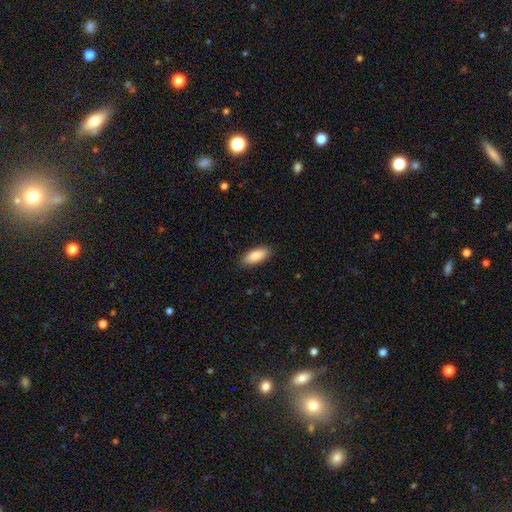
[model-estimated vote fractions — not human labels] A smooth galaxy with no disk features (86%) that is in between round and cigar-shaped (81%).

Vote fractions:
- Smooth or featured? smooth: 86% / featured or disk: 8% / star or artifact: 6%
- How rounded? in between: 81% / cigar-shaped: 17% / round: 2%
- Merging? none: 88% / minor disturbance: 9% / major disturbance: 2% / merger: 1%